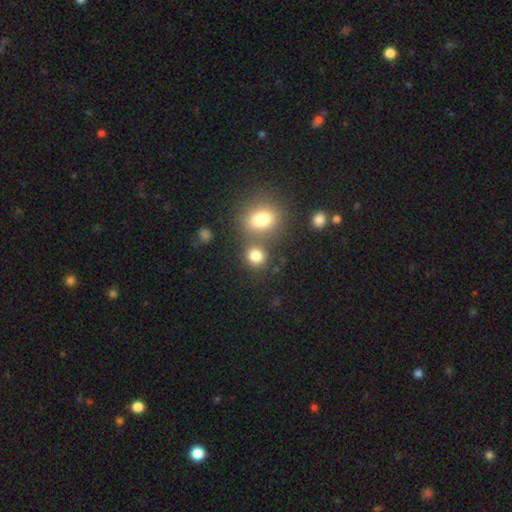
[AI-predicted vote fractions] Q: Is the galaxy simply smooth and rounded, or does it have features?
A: smooth — 80%.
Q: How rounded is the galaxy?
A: round — 77%.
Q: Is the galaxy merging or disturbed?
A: none — 60%.